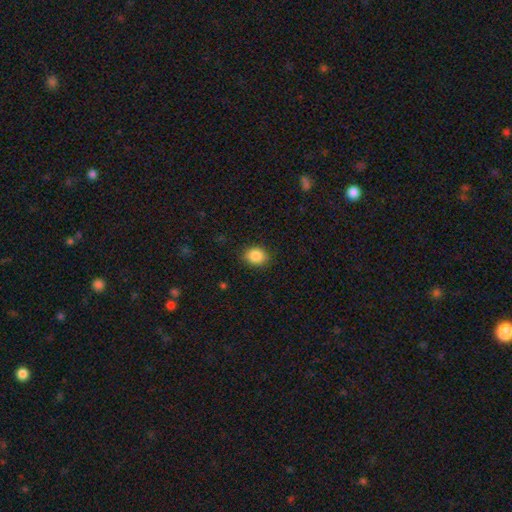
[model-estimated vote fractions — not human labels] A smooth galaxy with no disk features (87%) that is round (51%). Merging: none (87%).